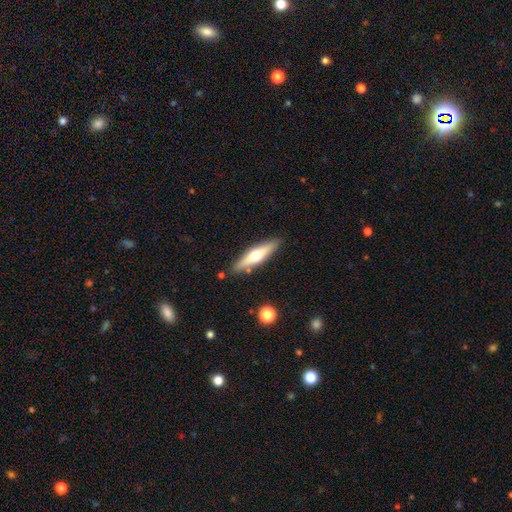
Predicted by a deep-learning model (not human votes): Overall: featured or disk (51%; smooth 43%). Edge-on disk: yes (91%). Merging: none (85%).